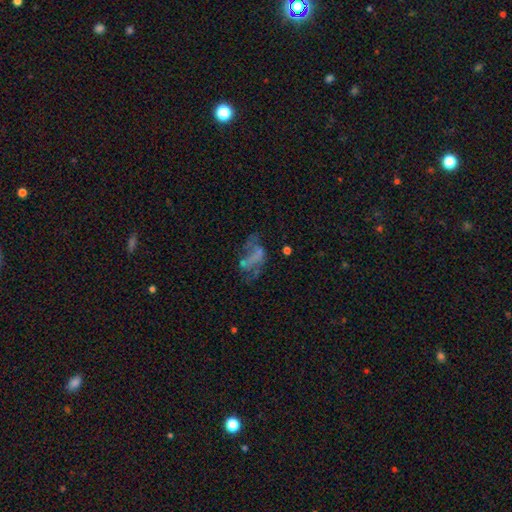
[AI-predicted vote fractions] A featured or disk galaxy (52%).

Vote fractions:
- Smooth or featured? featured or disk: 52% / smooth: 30% / star or artifact: 18%
- Edge-on disk? no: 96% / yes: 4%
- Merging? major disturbance: 39% / none: 33% / minor disturbance: 18% / merger: 10%